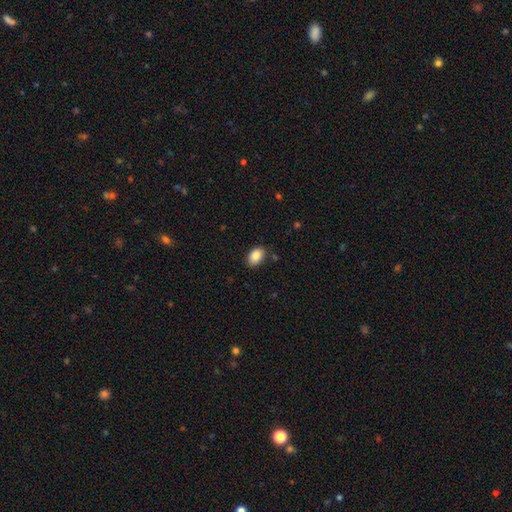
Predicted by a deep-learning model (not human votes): Smooth or featured?
  - smooth: 88% *
  - star or artifact: 8%
  - featured or disk: 4%
How rounded?
  - in between: 86% *
  - round: 13%
  - cigar-shaped: 1%
Merging?
  - none: 83% *
  - minor disturbance: 13%
  - major disturbance: 3%
  - merger: 2%